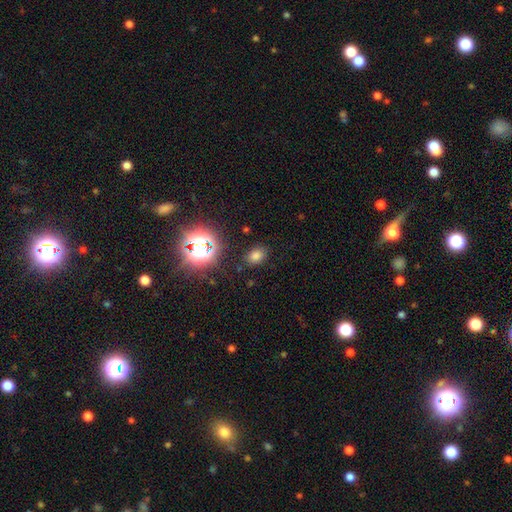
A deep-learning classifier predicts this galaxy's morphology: A smooth galaxy with no disk features (72%) that is in between round and cigar-shaped (69%).

Vote fractions:
- Smooth or featured? smooth: 72% / star or artifact: 22% / featured or disk: 7%
- How rounded? in between: 69% / round: 30% / cigar-shaped: 1%
- Merging? none: 83% / minor disturbance: 11% / major disturbance: 4% / merger: 2%